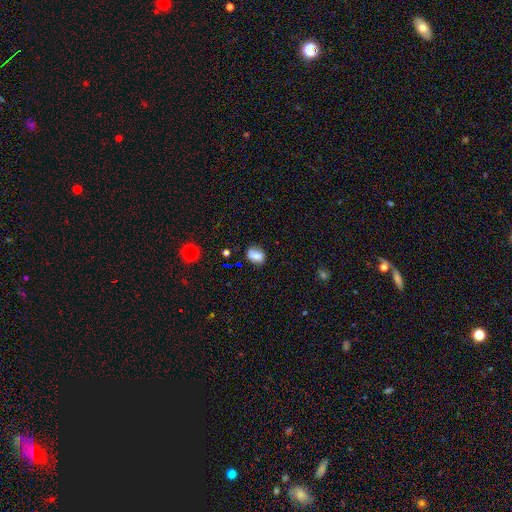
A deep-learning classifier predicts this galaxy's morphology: The model was most divided on "how rounded": in between: 64%, round: 34%, cigar-shaped: 2%. More confident: smooth or featured — smooth (73%); merging — none (61%).